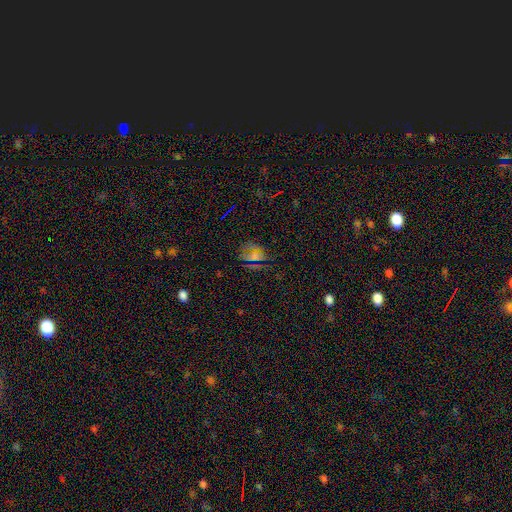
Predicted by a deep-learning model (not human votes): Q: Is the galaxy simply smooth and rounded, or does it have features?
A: smooth — 46%.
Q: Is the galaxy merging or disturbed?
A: none — 77%.